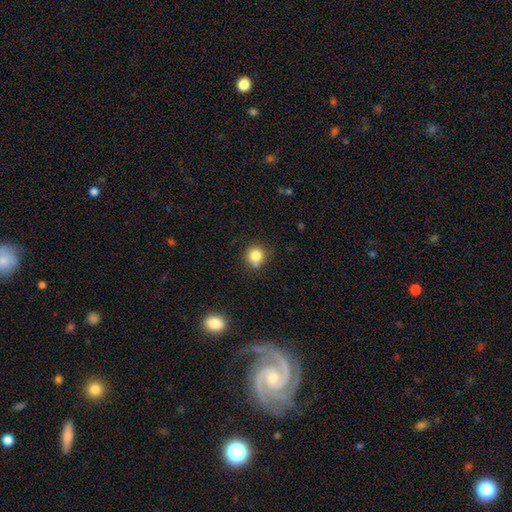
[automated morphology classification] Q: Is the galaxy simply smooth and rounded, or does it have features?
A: smooth — 81%.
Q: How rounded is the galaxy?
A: round — 89%.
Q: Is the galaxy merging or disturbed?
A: none — 70%.